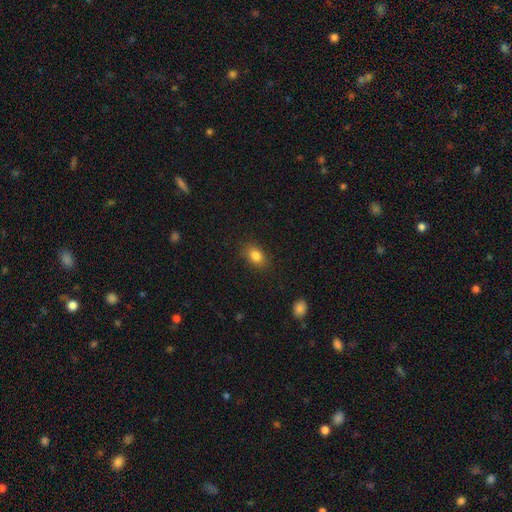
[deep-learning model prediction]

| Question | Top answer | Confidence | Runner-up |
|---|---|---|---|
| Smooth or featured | smooth | 83% | star or artifact (10%) |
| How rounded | in between | 77% | round (21%) |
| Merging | none | 86% | minor disturbance (10%) |